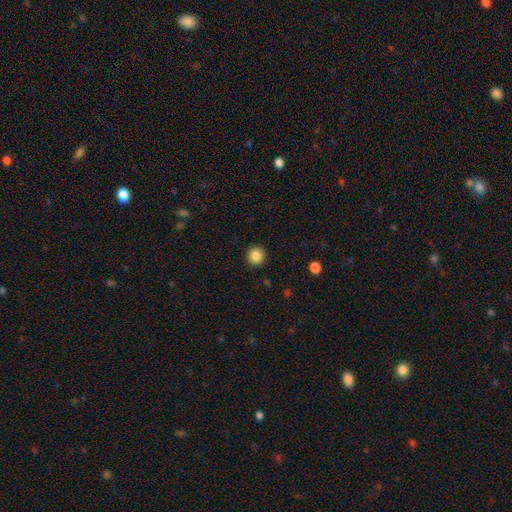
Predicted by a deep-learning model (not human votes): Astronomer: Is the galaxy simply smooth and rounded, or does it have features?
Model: smooth — 86%.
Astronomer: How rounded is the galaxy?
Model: round — 94%.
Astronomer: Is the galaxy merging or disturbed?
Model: none — 93%.